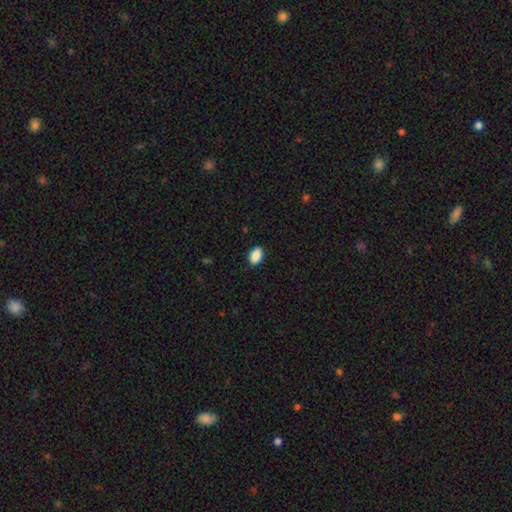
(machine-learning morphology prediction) Smooth or featured?
  - smooth: 89% *
  - star or artifact: 7%
  - featured or disk: 4%
How rounded?
  - in between: 91% *
  - round: 6%
  - cigar-shaped: 2%
Merging?
  - none: 88% *
  - minor disturbance: 9%
  - major disturbance: 2%
  - merger: 1%